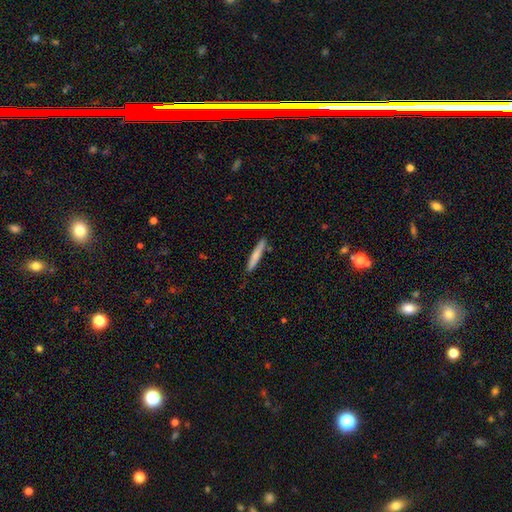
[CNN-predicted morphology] This appears to be a smooth galaxy with no disk features (71%) that is cigar-shaped (94%). Merging: none (85%).